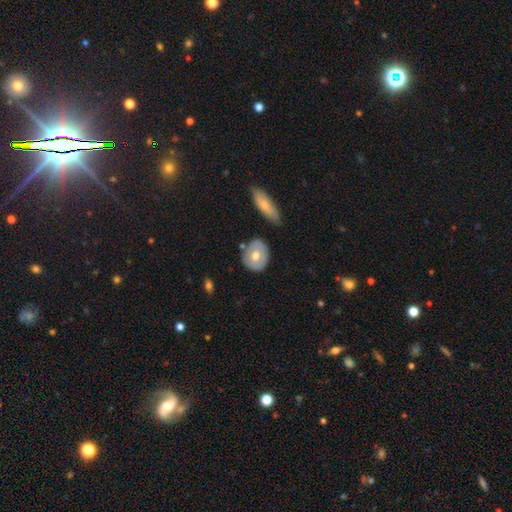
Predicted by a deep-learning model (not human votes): This appears to be a smooth galaxy with no disk features (58%) that is round (65%). Merging: none (78%).